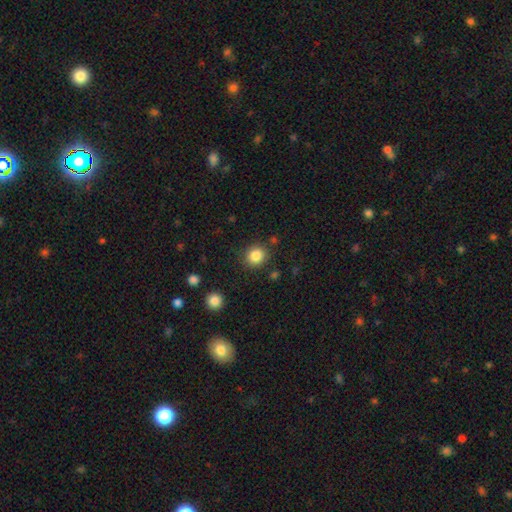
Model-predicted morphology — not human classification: smooth 85%, star or artifact 10%, featured or disk 5%. Down the decision tree: how rounded — round (81%); merging — none (86%).